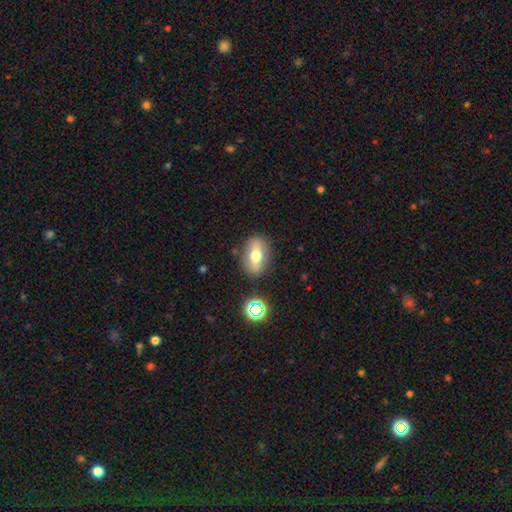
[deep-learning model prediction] Smooth or featured? Predicted: smooth (p=0.56). How rounded? Predicted: in between (p=0.77). Merging? Predicted: none (p=0.81).